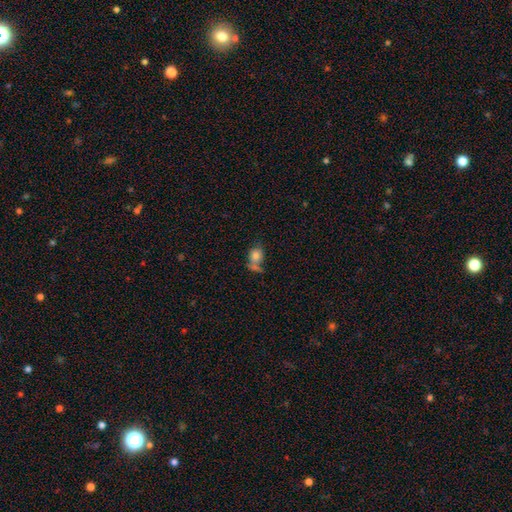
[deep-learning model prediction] A smooth galaxy with no disk features (77%) that is round (50%). Merging: none (38%).